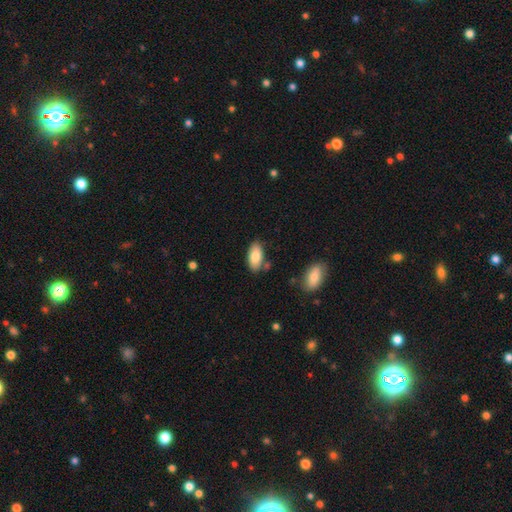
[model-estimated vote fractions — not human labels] Overall: smooth (82%). How rounded: in between (92%). Merging: none (78%).